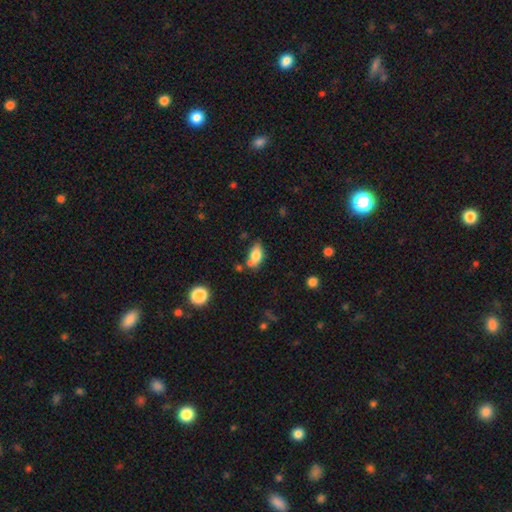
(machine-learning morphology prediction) Smooth or featured? smooth (78%)
How rounded? in between (89%)
Merging? none (55%)